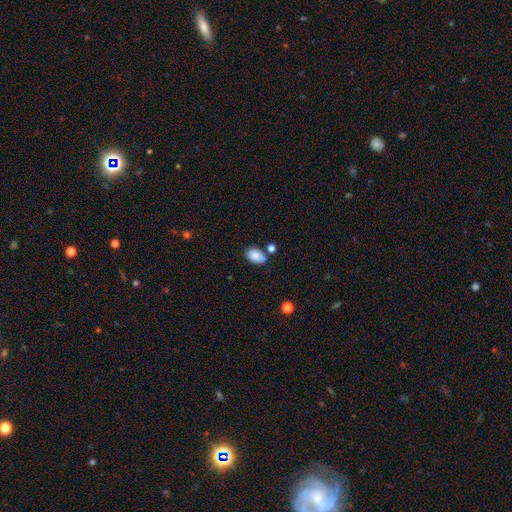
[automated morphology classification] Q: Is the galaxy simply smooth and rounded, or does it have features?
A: smooth — 87%.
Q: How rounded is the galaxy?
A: in between — 89%.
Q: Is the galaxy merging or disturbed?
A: none — 70%.